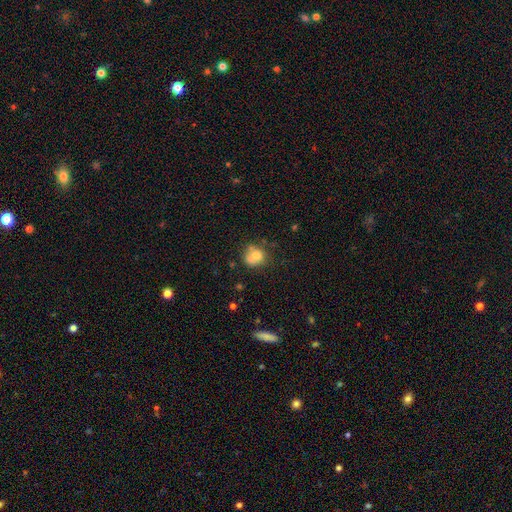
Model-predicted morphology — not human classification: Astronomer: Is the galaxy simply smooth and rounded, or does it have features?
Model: smooth — 69%.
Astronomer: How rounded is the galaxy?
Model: round — 74%.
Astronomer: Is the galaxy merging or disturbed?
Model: none — 44% (runner-up: merger, 25%).